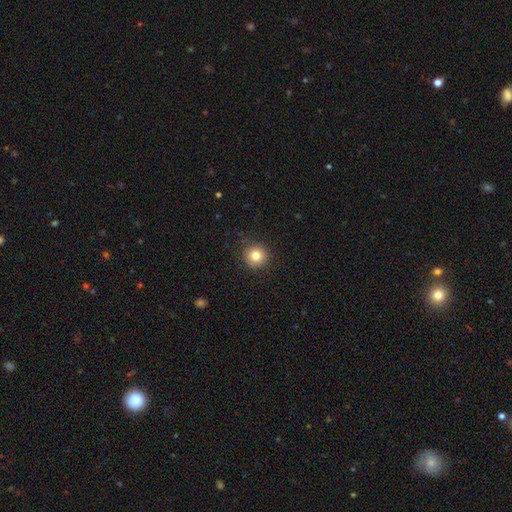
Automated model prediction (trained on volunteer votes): smooth-or-featured: smooth: 82% | star or artifact: 11% | featured or disk: 7%
  how-rounded: round: 94% | in between: 5% | cigar-shaped: 1%
  merging: none: 90% | minor disturbance: 7% | major disturbance: 2% | merger: 1%